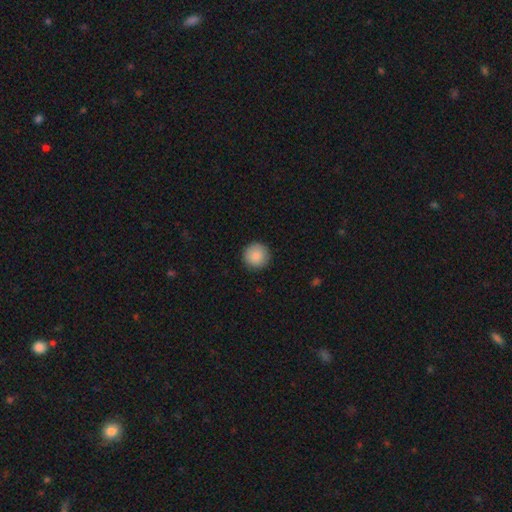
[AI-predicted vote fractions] This appears to be a smooth galaxy with no disk features (88%) that is round (96%). Merging: none (91%).